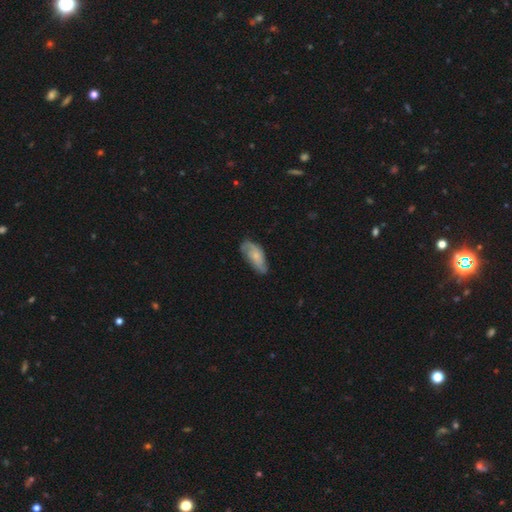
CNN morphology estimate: A featured or disk galaxy (50%). Merging: none (60%).